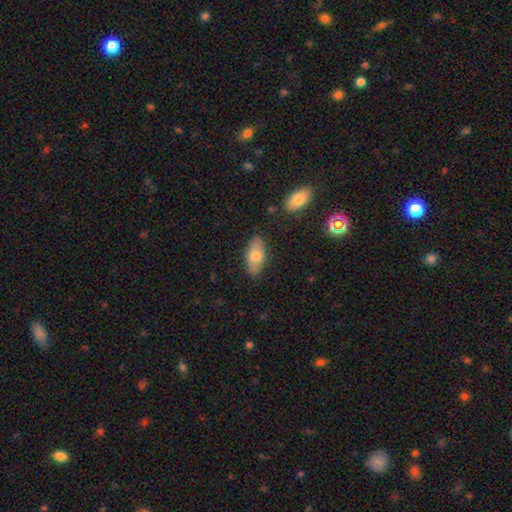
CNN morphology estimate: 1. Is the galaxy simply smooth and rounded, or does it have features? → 69% smooth, 24% featured or disk, 6% star or artifact.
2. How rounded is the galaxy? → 88% in between, 8% cigar-shaped, 4% round.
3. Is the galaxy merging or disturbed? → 83% none, 12% minor disturbance, 3% major disturbance, 2% merger.